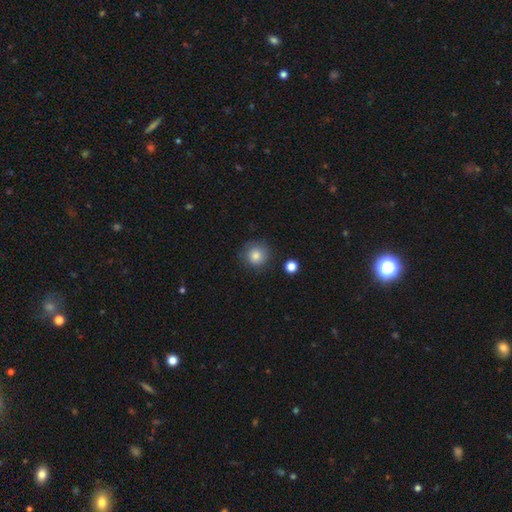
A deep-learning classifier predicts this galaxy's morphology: Q: Smooth or featured?
A: smooth (83%); runner-up: star or artifact (10%)
Q: How rounded?
A: round (93%); runner-up: in between (6%)
Q: Merging?
A: none (81%); runner-up: minor disturbance (13%)